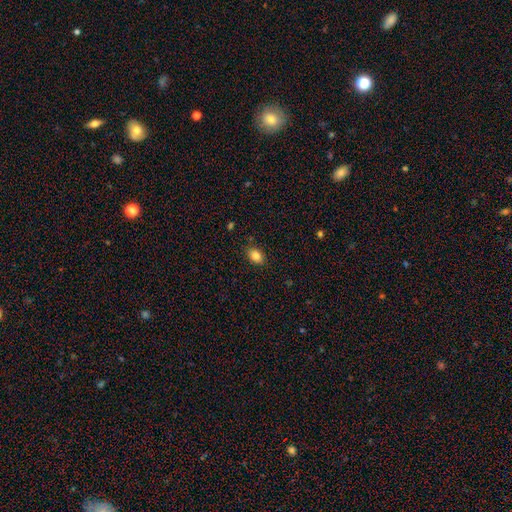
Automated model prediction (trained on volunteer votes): This appears to be a smooth galaxy with no disk features (85%) that is in between round and cigar-shaped (80%). Merging: none (86%).